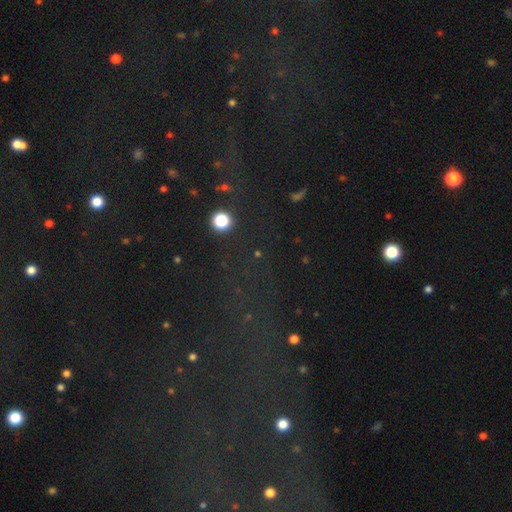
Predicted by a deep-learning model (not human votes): A star or artifact, not a galaxy (74%).